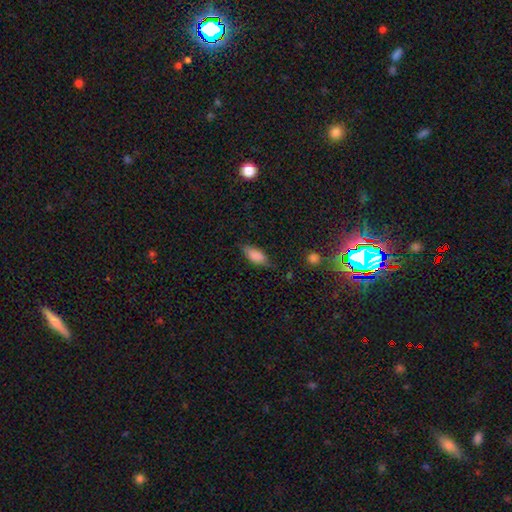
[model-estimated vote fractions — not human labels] smooth 83%, featured or disk 9%, star or artifact 8%. Down the decision tree: how rounded — in between (85%); merging — none (66%).